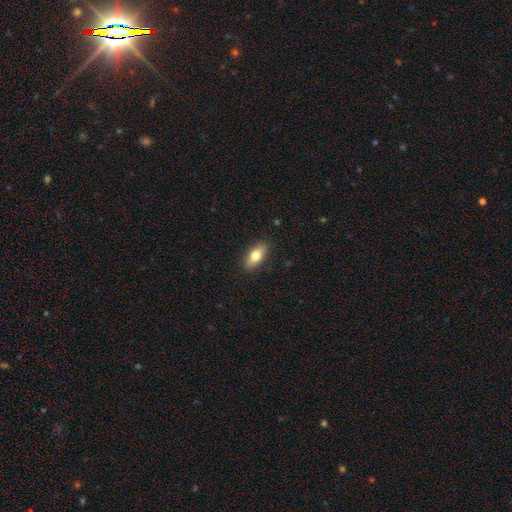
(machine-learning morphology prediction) Smooth or featured: smooth — 75% (featured or disk — 18%)
How rounded: in between — 82% (cigar-shaped — 13%)
Merging: none — 88% (minor disturbance — 9%)